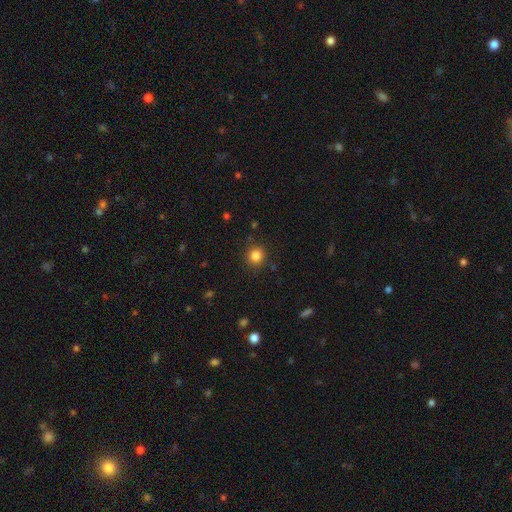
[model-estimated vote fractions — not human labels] Smooth or featured: smooth — 84% (star or artifact — 12%)
How rounded: round — 91% (in between — 8%)
Merging: none — 89% (minor disturbance — 7%)